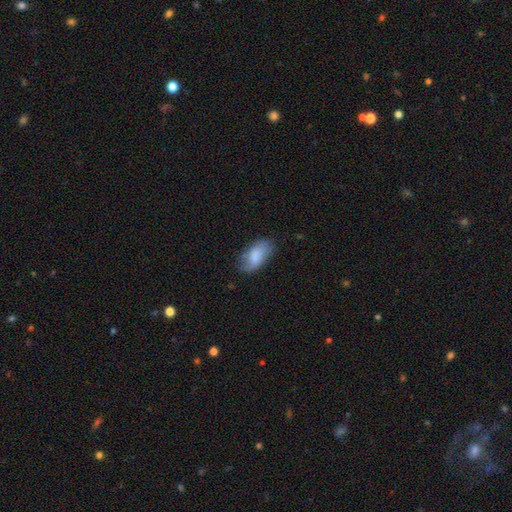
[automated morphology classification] smooth 76%, featured or disk 17%, star or artifact 7%. Down the decision tree: how rounded — in between (94%); merging — none (65%).